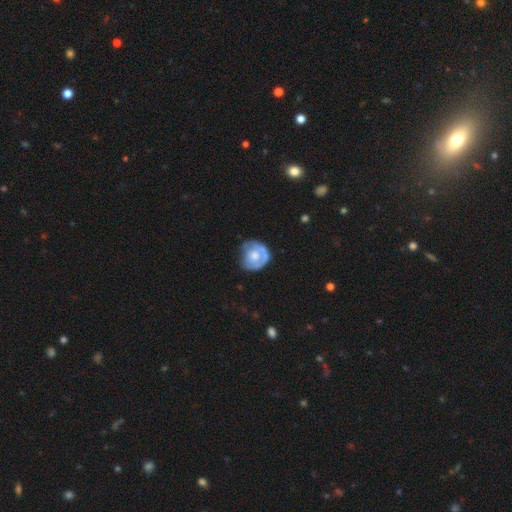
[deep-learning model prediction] A featured or disk galaxy (53%) with no bar (87%), no spiral arms (57%) and a moderate central bulge (53%). Merging: none (56%).